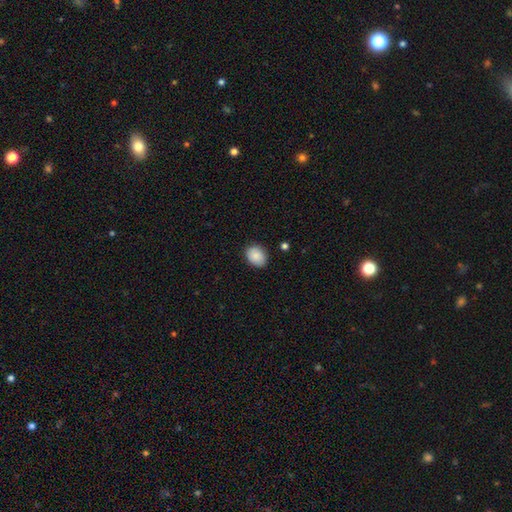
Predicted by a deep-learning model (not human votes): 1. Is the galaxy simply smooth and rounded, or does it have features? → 88% smooth, 7% star or artifact, 4% featured or disk.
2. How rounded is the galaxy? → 58% in between, 42% round, 1% cigar-shaped.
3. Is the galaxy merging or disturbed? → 86% none, 10% minor disturbance, 2% major disturbance, 1% merger.